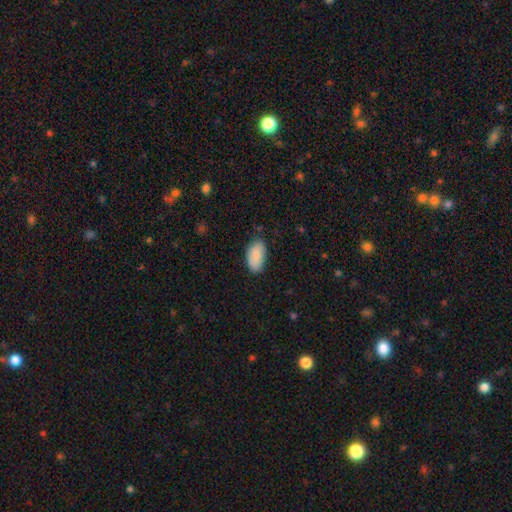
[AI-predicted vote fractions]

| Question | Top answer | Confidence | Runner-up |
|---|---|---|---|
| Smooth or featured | smooth | 86% | featured or disk (8%) |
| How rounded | in between | 95% | round (3%) |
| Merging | none | 80% | minor disturbance (16%) |